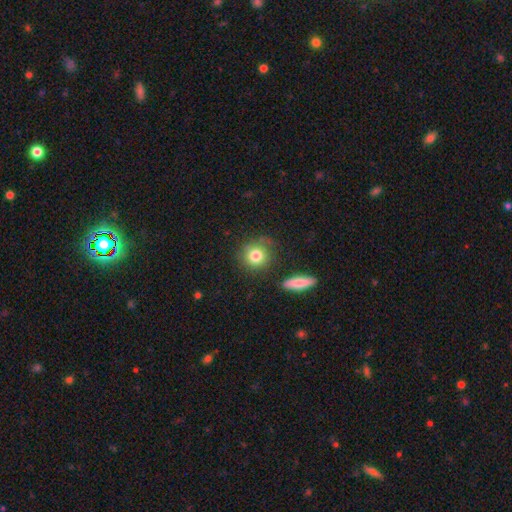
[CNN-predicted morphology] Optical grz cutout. It shows a smooth galaxy with no disk features (81%) that is round (87%). Merging: none (75%).